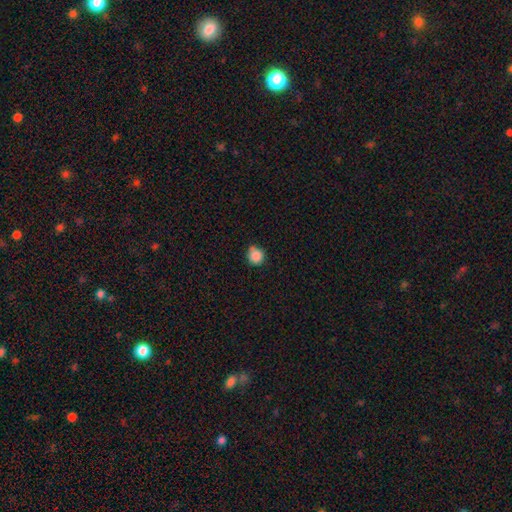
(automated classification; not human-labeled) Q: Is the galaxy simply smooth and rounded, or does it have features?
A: smooth — 87%.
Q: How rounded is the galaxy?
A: round — 89%.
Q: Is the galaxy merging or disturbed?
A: none — 70%.